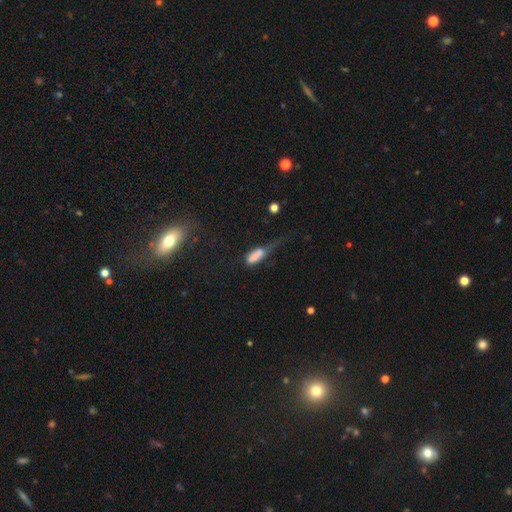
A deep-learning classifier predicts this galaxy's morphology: Q: Smooth or featured?
A: smooth (72%); runner-up: featured or disk (17%)
Q: How rounded?
A: in between (67%); runner-up: cigar-shaped (28%)
Q: Merging?
A: major disturbance (43%); runner-up: minor disturbance (28%)